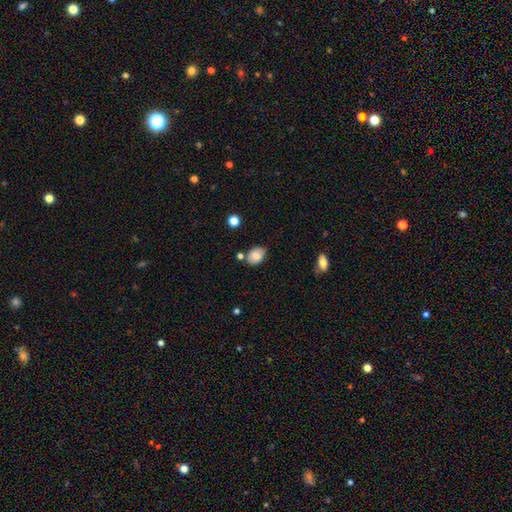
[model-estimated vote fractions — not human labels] Smooth or featured? smooth (79%)
How rounded? in between (75%)
Merging? none (68%)